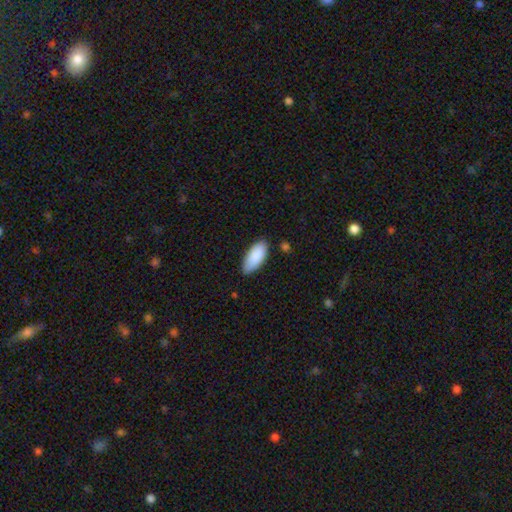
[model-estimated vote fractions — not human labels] A smooth galaxy with no disk features (89%) that is in between round and cigar-shaped (88%).

Vote fractions:
- Smooth or featured? smooth: 89% / star or artifact: 6% / featured or disk: 5%
- How rounded? in between: 88% / cigar-shaped: 10% / round: 2%
- Merging? none: 81% / minor disturbance: 15% / major disturbance: 2% / merger: 2%